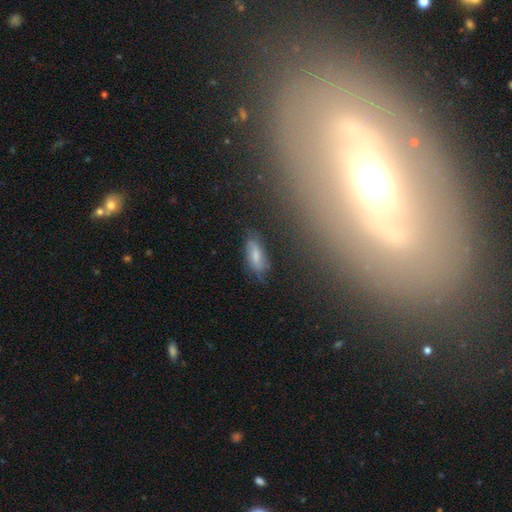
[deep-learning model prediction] The model was most divided on "smooth or featured": smooth: 52%, featured or disk: 38%, star or artifact: 10%. More confident: how rounded — in between (75%); merging — none (66%).